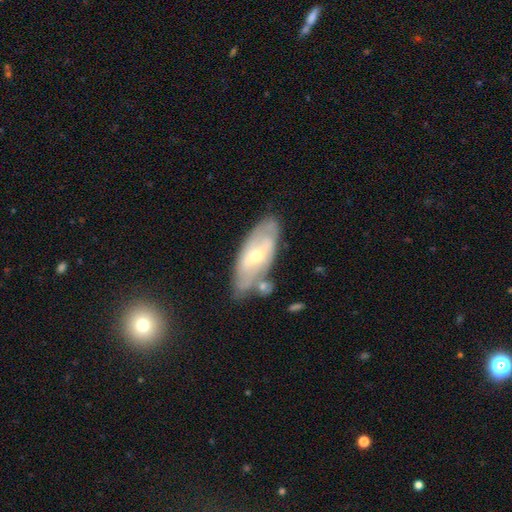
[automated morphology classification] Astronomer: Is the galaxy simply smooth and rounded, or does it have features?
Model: featured or disk — 65%.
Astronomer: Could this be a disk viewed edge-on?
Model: no — 85%.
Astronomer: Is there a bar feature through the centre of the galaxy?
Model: weak — 43% (runner-up: no, 33%).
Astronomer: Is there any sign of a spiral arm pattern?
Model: yes — 66%.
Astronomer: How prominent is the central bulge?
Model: small — 55% (runner-up: moderate, 42%).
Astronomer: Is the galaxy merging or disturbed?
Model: none — 65%.